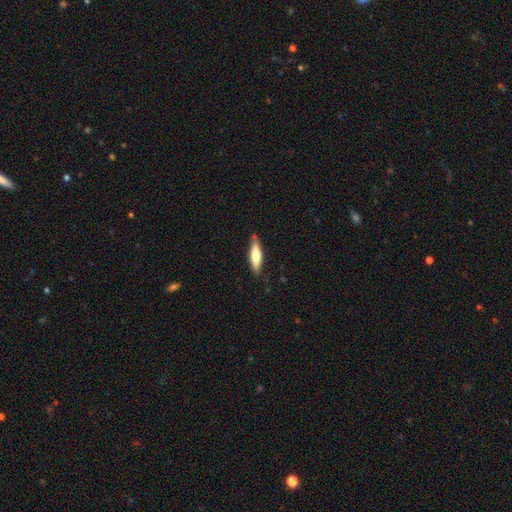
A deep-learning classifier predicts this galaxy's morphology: Smooth or featured?
  - smooth: 62% *
  - featured or disk: 33%
  - star or artifact: 5%
How rounded?
  - cigar-shaped: 68% *
  - in between: 31%
  - round: 2%
Merging?
  - none: 83% *
  - minor disturbance: 13%
  - major disturbance: 2%
  - merger: 1%